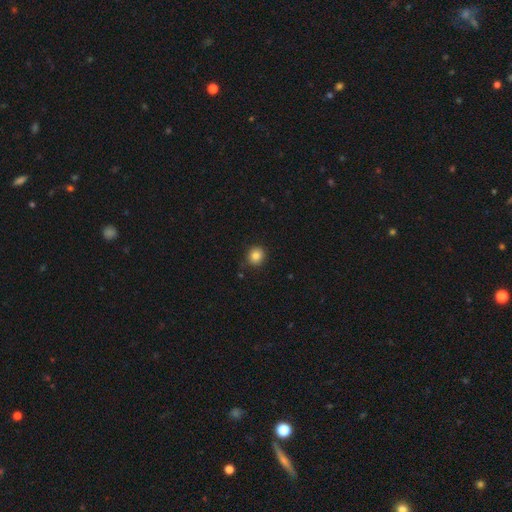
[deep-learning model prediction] Smooth or featured?
  - smooth: 84% *
  - star or artifact: 11%
  - featured or disk: 5%
How rounded?
  - round: 88% *
  - in between: 12%
  - cigar-shaped: 1%
Merging?
  - none: 86% *
  - minor disturbance: 10%
  - major disturbance: 2%
  - merger: 1%